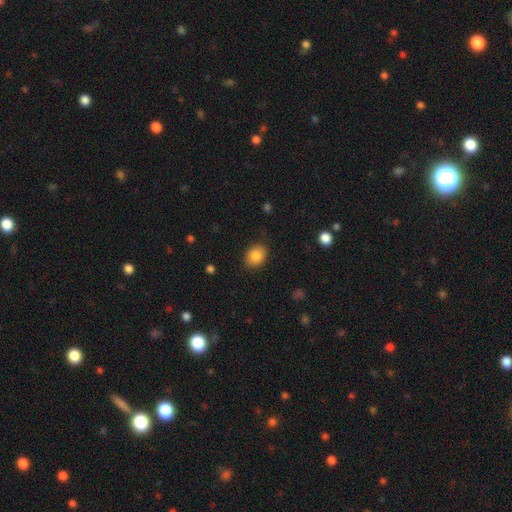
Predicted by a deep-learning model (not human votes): smooth_or_featured: smooth (p=0.85) [alt: star or artifact p=0.09]
how_rounded: round (p=0.51) [alt: in between p=0.48]
merging: none (p=0.86) [alt: minor disturbance p=0.10]